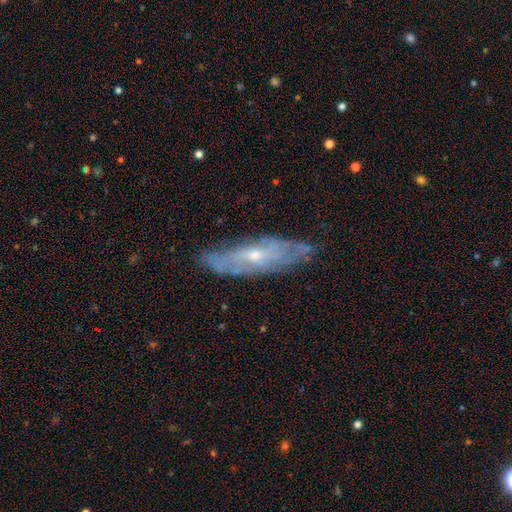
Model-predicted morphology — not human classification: A featured or disk galaxy (72%). Merging: none (74%).